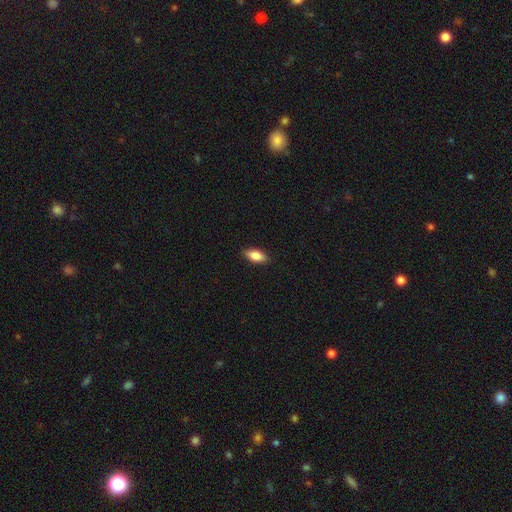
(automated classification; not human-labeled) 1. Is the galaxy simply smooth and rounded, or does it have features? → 83% smooth, 11% featured or disk, 7% star or artifact.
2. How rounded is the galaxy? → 84% in between, 13% cigar-shaped, 3% round.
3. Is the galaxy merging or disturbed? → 88% none, 10% minor disturbance, 2% major disturbance, 1% merger.